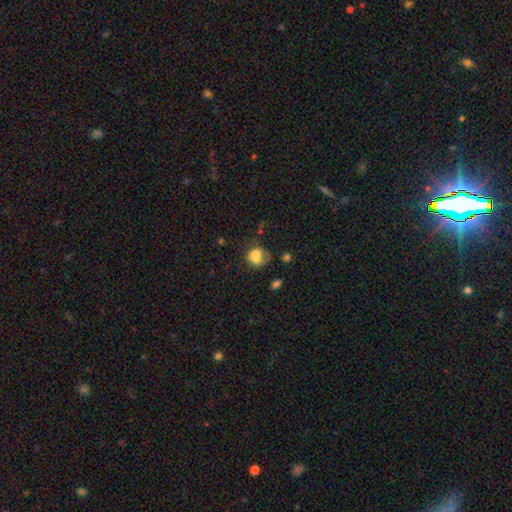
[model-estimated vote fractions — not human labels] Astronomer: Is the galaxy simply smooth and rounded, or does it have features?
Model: smooth — 70%.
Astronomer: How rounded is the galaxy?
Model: round — 51% (runner-up: in between, 48%).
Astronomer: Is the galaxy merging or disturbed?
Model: none — 34% (runner-up: minor disturbance, 24%).